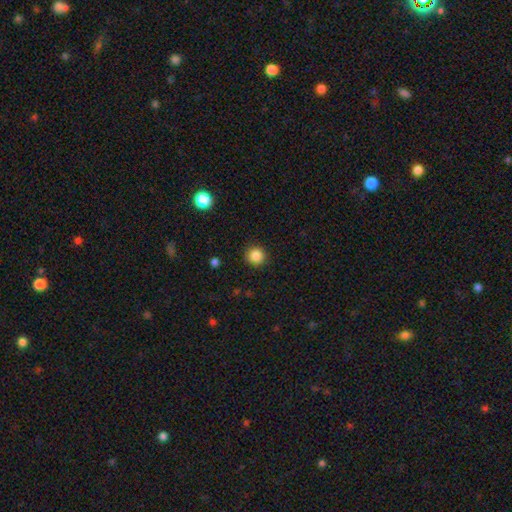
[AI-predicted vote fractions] Morphology: type=smooth (86%); roundness=round (94%); merging=none (90%).